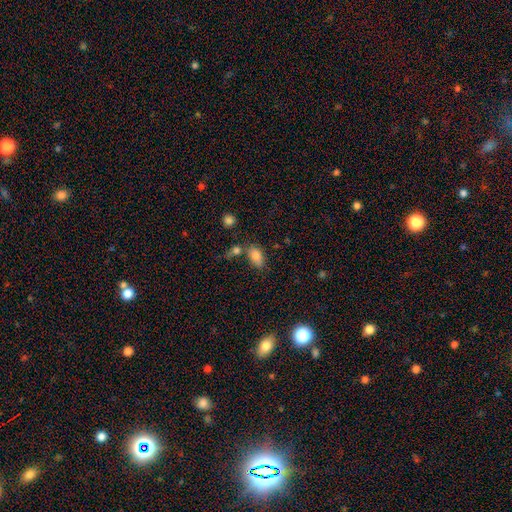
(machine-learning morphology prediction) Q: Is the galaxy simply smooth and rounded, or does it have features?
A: smooth — 81%.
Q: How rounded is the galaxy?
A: in between — 89%.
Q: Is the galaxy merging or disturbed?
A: none — 54%.